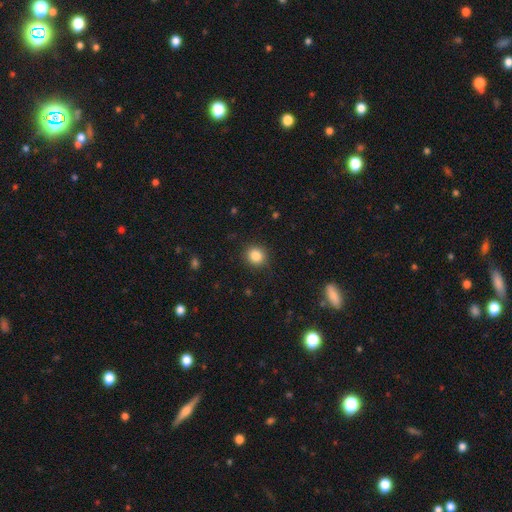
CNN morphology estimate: Smooth or featured?
  - smooth: 85% *
  - star or artifact: 10%
  - featured or disk: 4%
How rounded?
  - round: 87% *
  - in between: 12%
  - cigar-shaped: 1%
Merging?
  - none: 90% *
  - minor disturbance: 7%
  - major disturbance: 2%
  - merger: 1%